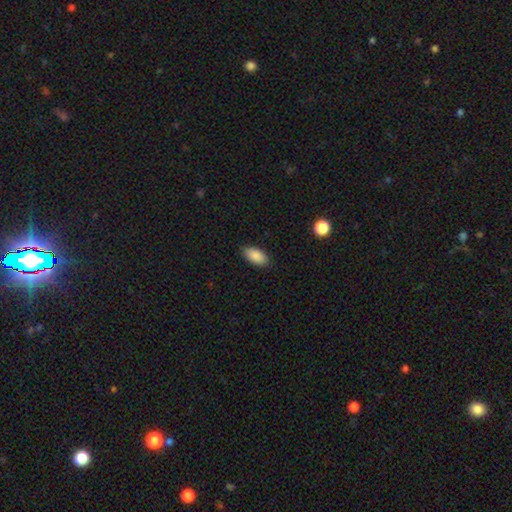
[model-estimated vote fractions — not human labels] smooth 89%, star or artifact 7%, featured or disk 4%. Down the decision tree: how rounded — in between (93%); merging — none (86%).